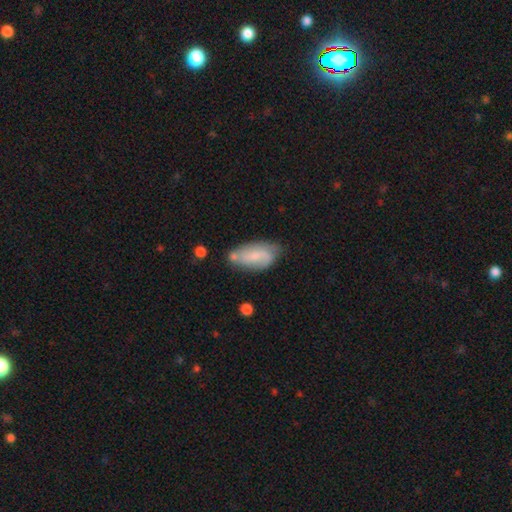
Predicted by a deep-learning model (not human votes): The model was most divided on "smooth or featured": smooth: 47%, featured or disk: 46%, star or artifact: 7%. More confident: merging — none (57%).